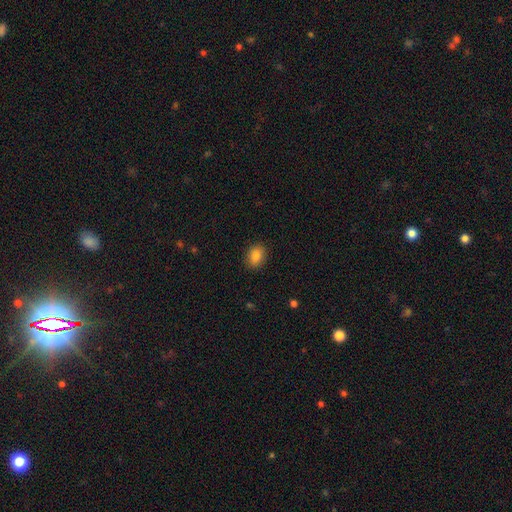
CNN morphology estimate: Smooth or featured? Predicted: smooth (p=0.85). How rounded? Predicted: in between (p=0.67). Merging? Predicted: none (p=0.89).